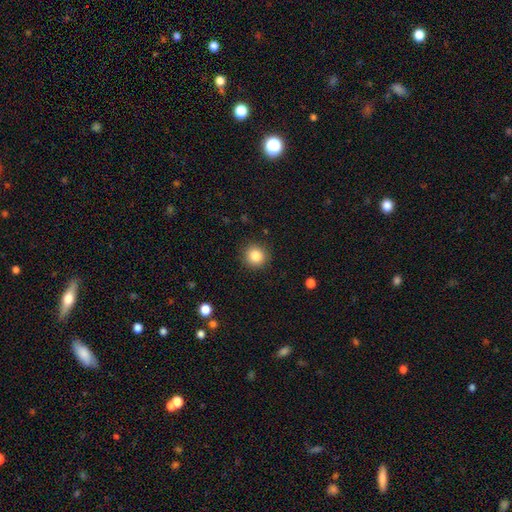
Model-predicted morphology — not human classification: This appears to be a smooth galaxy with no disk features (84%) that is round (93%). Merging: none (90%).